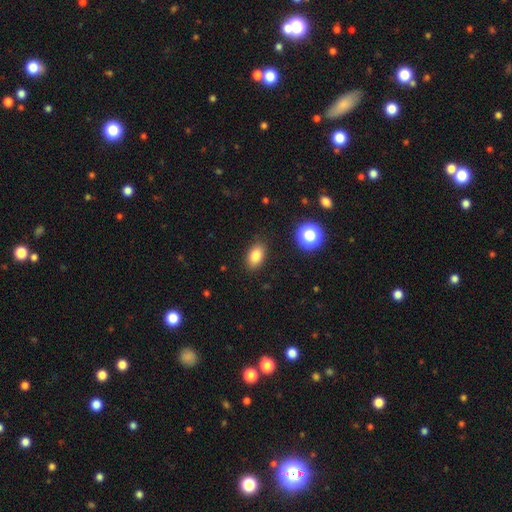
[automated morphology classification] A smooth galaxy with no disk features (83%) that is in between round and cigar-shaped (87%). Merging: none (87%).